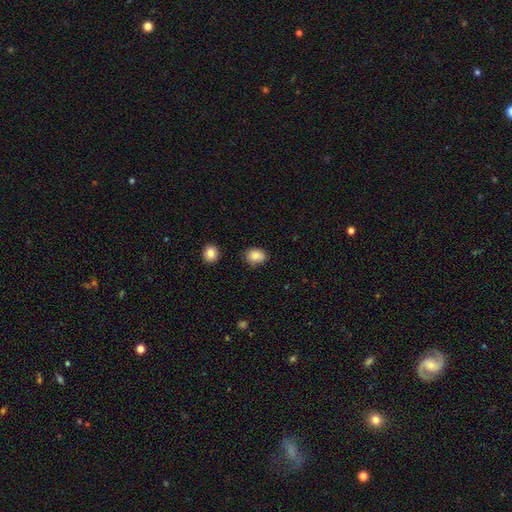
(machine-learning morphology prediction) Overall: smooth (86%). How rounded: in between (65%; round 34%). Merging: none (78%).